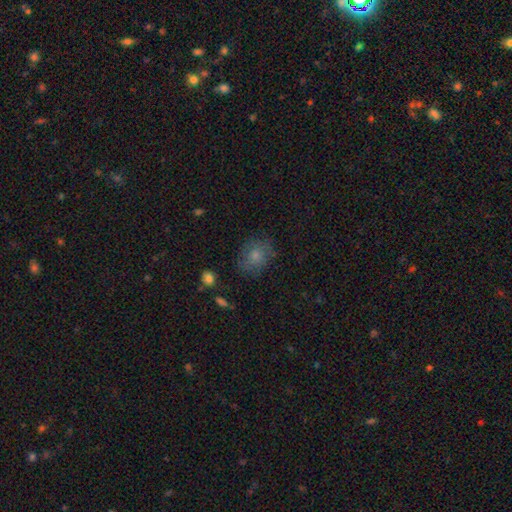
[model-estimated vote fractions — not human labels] smooth-or-featured: smooth: 72% | featured or disk: 18% | star or artifact: 10%
  how-rounded: round: 53% | in between: 46% | cigar-shaped: 1%
  merging: none: 72% | minor disturbance: 19% | major disturbance: 7% | merger: 2%